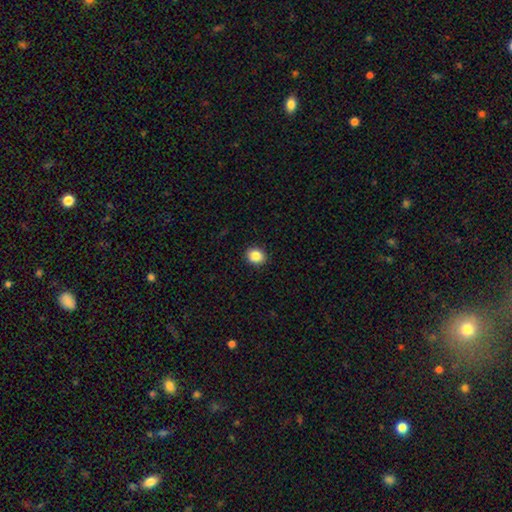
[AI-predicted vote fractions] Q: Smooth or featured?
A: smooth (86%); runner-up: star or artifact (9%)
Q: How rounded?
A: round (72%); runner-up: in between (27%)
Q: Merging?
A: none (92%); runner-up: minor disturbance (5%)